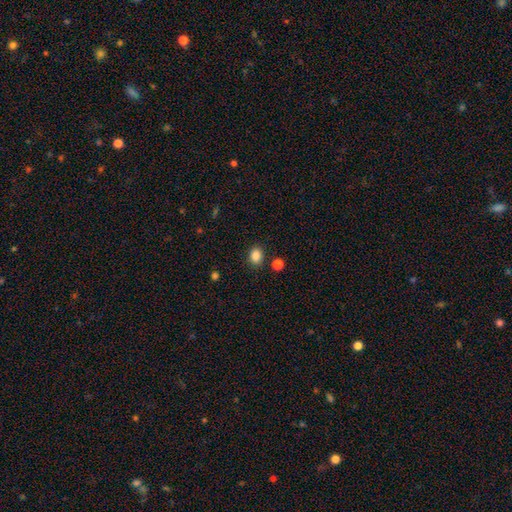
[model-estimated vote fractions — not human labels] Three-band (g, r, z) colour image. It shows a smooth galaxy with no disk features (86%) that is in between round and cigar-shaped (57%). Merging: none (85%).